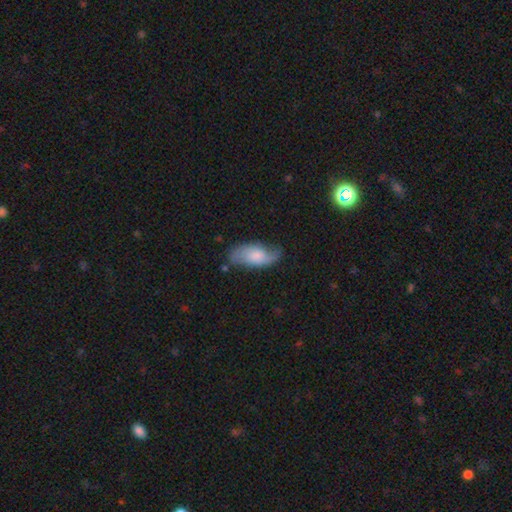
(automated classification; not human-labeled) Smooth or featured?
  - featured or disk: 52% *
  - smooth: 42%
  - star or artifact: 7%
Edge-on disk?
  - no: 92% *
  - yes: 8%
Merging?
  - none: 62% *
  - minor disturbance: 26%
  - major disturbance: 9%
  - merger: 3%